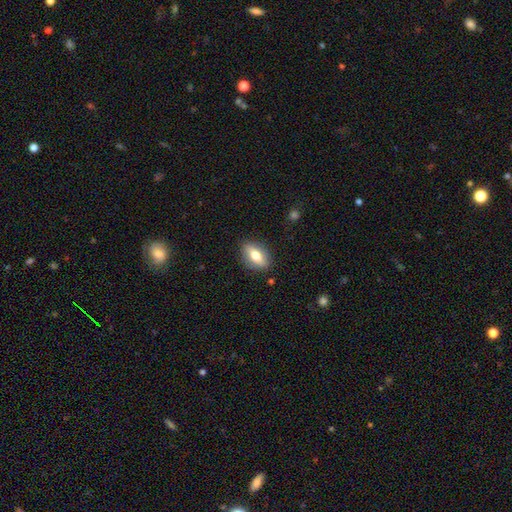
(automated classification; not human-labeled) smooth-or-featured: smooth: 60% | featured or disk: 33% | star or artifact: 7%
  how-rounded: in between: 78% | round: 11% | cigar-shaped: 11%
  merging: none: 85% | minor disturbance: 11% | major disturbance: 3% | merger: 1%